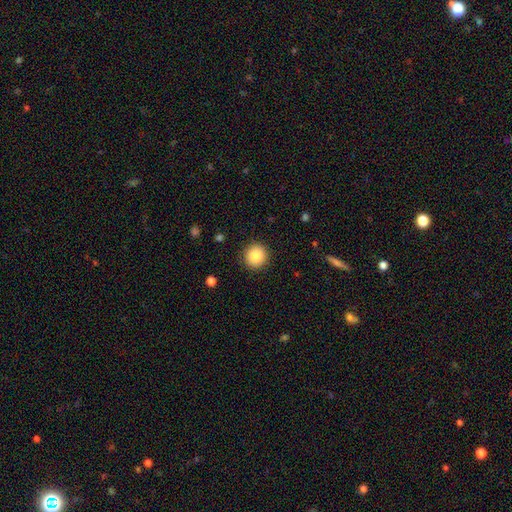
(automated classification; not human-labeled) This appears to be a smooth galaxy with no disk features (86%) that is round (94%). Merging: none (91%).